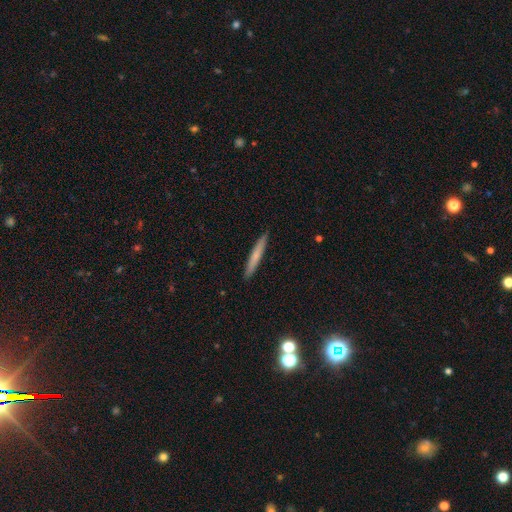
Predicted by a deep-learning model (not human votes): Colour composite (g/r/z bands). It shows a smooth galaxy with no disk features (66%) that is cigar-shaped (96%). Merging: none (92%).